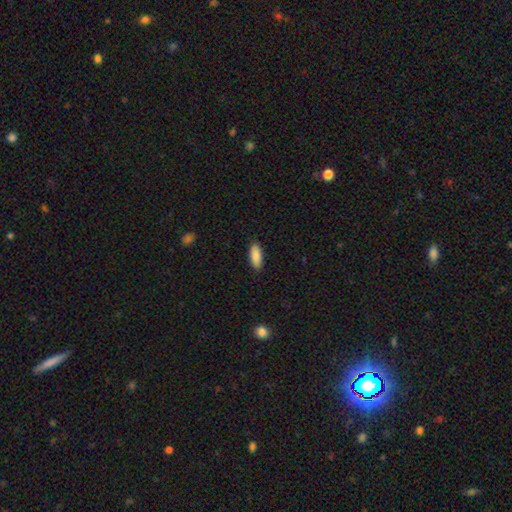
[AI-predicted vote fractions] Smooth or featured?
  - smooth: 88% *
  - star or artifact: 6%
  - featured or disk: 6%
How rounded?
  - in between: 79% *
  - cigar-shaped: 19%
  - round: 2%
Merging?
  - none: 89% *
  - minor disturbance: 8%
  - major disturbance: 2%
  - merger: 1%